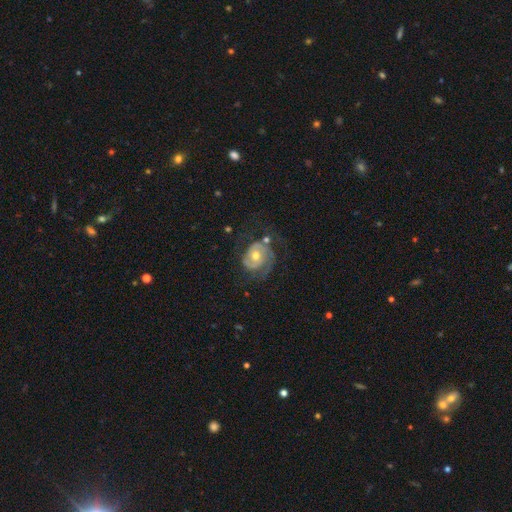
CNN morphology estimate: Smooth or featured?
  - featured or disk: 79% *
  - smooth: 15%
  - star or artifact: 6%
Edge-on disk?
  - no: 97% *
  - yes: 3%
Bar?
  - no: 73% *
  - weak: 22%
  - strong: 5%
Spiral arms?
  - yes: 89% *
  - no: 11%
Spiral winding?
  - tight: 51% *
  - medium: 34%
  - loose: 15%
Spiral arm count?
  - 2: 55% *
  - can't tell: 17%
  - 1: 15%
  - 3: 8%
  - 4: 2%
  - more than 4: 2%
Bulge size?
  - moderate: 73% *
  - small: 20%
  - large: 5%
  - none: 1%
  - dominant: 1%
Merging?
  - none: 50% *
  - major disturbance: 24%
  - minor disturbance: 22%
  - merger: 5%